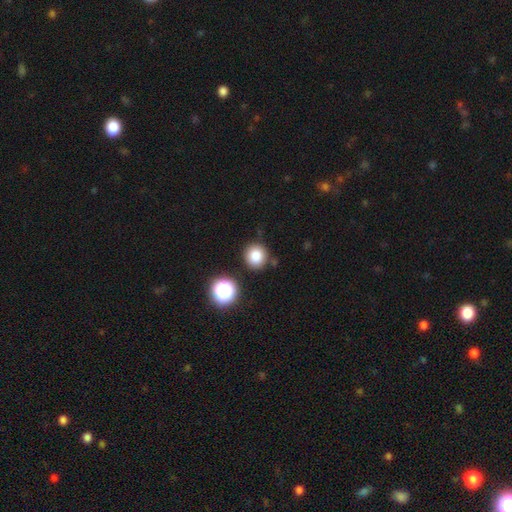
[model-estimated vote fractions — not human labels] This appears to be a smooth galaxy with no disk features (82%) that is round (90%). Merging: none (84%).